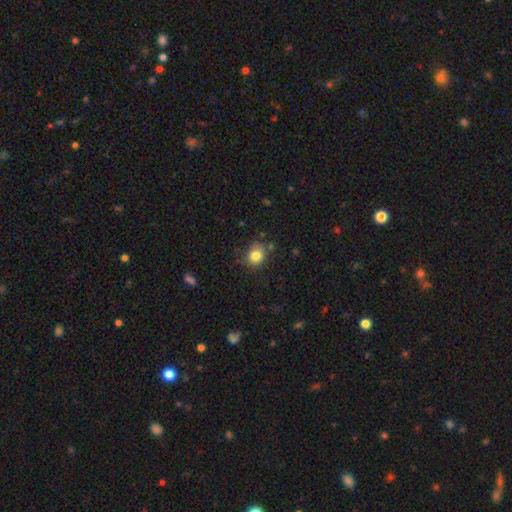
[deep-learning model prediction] Smooth or featured: smooth — 82% (star or artifact — 11%)
How rounded: round — 69% (in between — 30%)
Merging: none — 76% (minor disturbance — 16%)